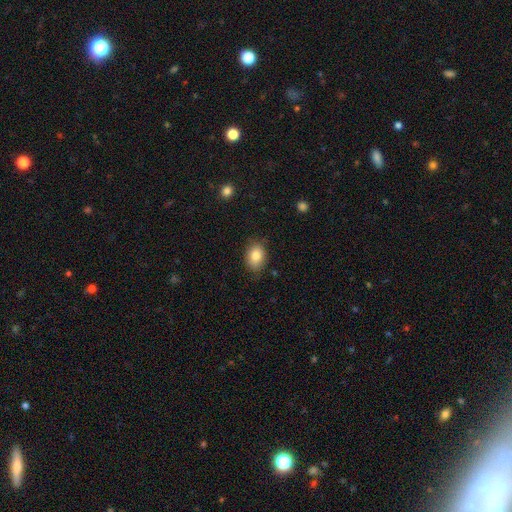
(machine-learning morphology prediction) Q: Smooth or featured?
A: smooth (83%); runner-up: star or artifact (8%)
Q: How rounded?
A: in between (74%); runner-up: round (25%)
Q: Merging?
A: none (81%); runner-up: minor disturbance (15%)